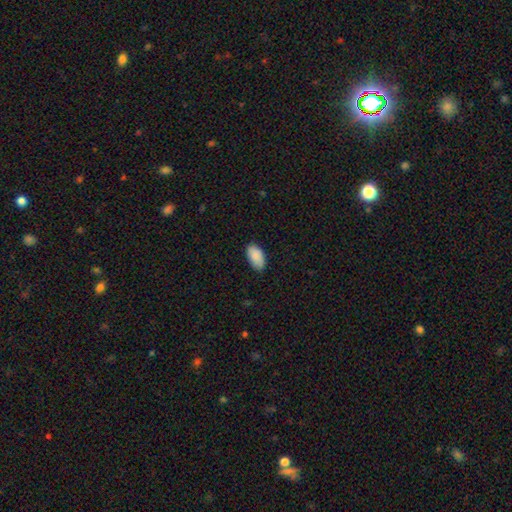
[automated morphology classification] Smooth or featured? smooth (89%)
How rounded? in between (95%)
Merging? none (85%)